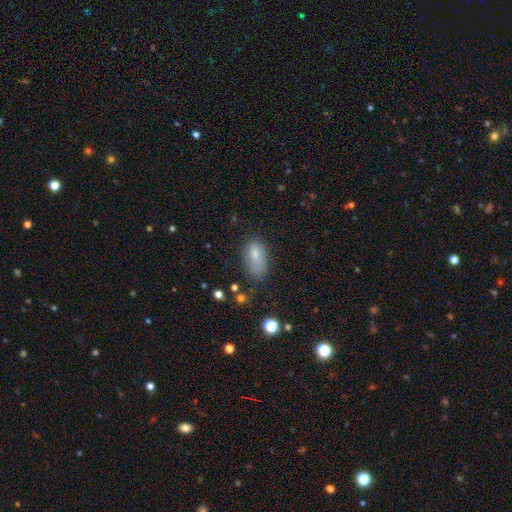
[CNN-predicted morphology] type=smooth (79%); roundness=in between (89%); merging=none (57%).